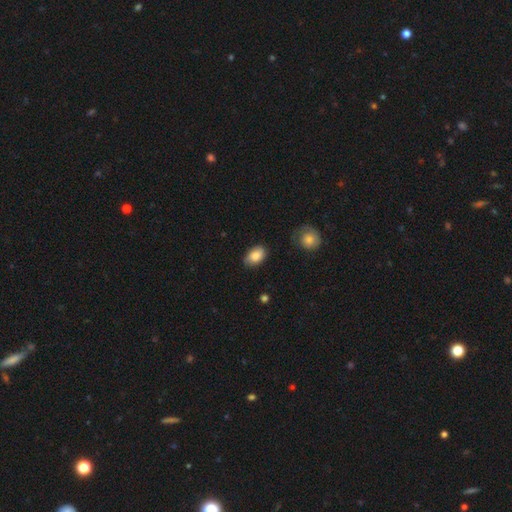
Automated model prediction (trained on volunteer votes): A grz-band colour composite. It shows a smooth galaxy with no disk features (85%) that is in between round and cigar-shaped (89%). Merging: none (81%).